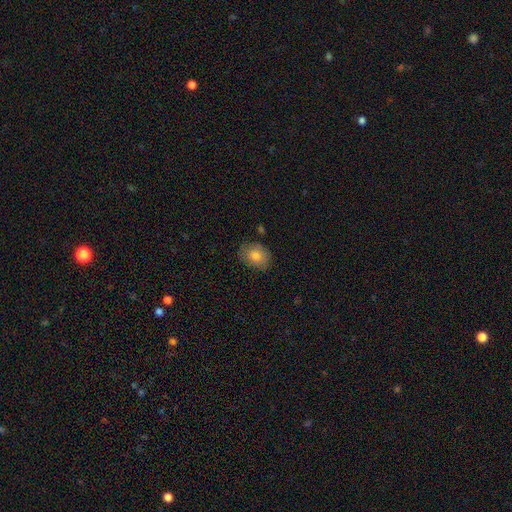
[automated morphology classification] A smooth galaxy with no disk features (80%) that is in between round and cigar-shaped (59%).

Vote fractions:
- Smooth or featured? smooth: 80% / featured or disk: 12% / star or artifact: 8%
- How rounded? in between: 59% / round: 40% / cigar-shaped: 1%
- Merging? none: 78% / minor disturbance: 16% / major disturbance: 3% / merger: 2%